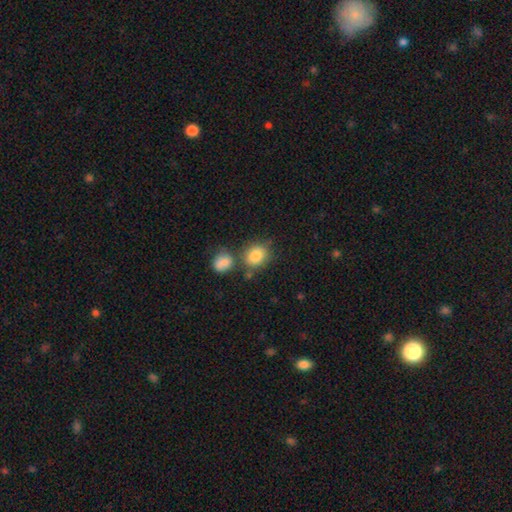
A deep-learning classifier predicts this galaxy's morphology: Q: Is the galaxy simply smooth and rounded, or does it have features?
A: smooth — 84%.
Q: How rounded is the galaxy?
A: round — 54%.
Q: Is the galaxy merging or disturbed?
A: none — 60%.